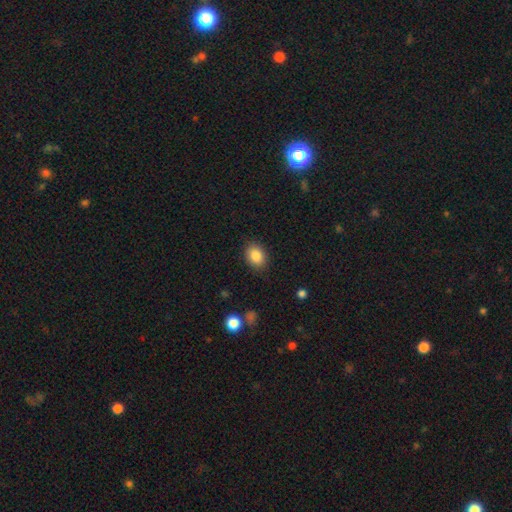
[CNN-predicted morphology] Smooth or featured? Predicted: smooth (p=0.86). How rounded? Predicted: in between (p=0.67). Merging? Predicted: none (p=0.87).